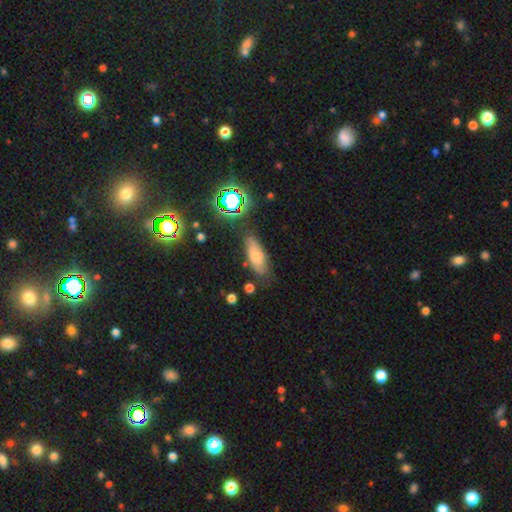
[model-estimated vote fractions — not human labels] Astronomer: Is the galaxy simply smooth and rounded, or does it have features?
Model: smooth — 68%.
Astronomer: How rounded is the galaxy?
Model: in between — 71%.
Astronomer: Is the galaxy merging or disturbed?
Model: none — 72%.